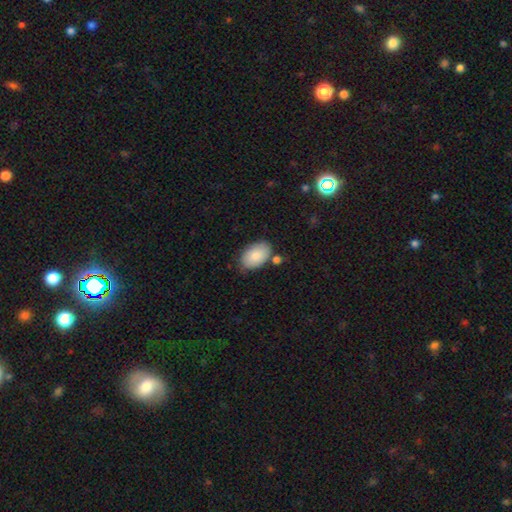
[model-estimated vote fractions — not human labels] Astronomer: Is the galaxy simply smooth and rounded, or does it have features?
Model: smooth — 85%.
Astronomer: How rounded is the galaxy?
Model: in between — 93%.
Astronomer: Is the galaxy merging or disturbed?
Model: none — 75%.